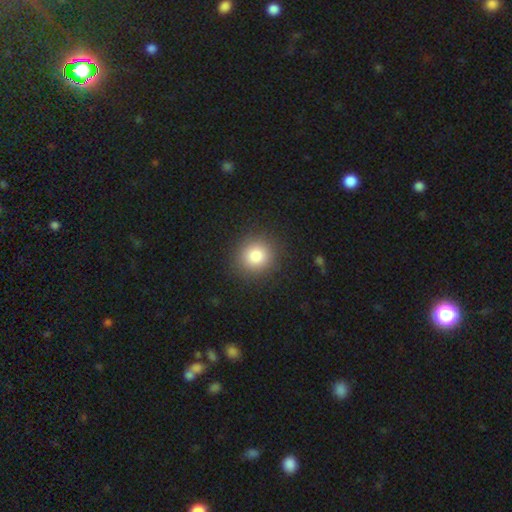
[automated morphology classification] Smooth or featured? smooth (83%)
How rounded? round (90%)
Merging? none (90%)